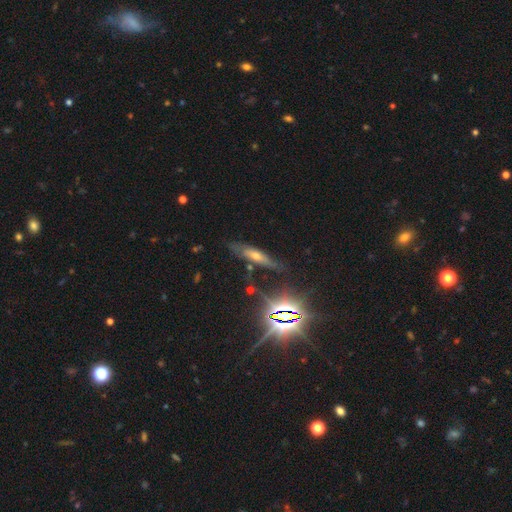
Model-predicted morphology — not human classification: A featured or disk galaxy (35%). Merging: none (74%).